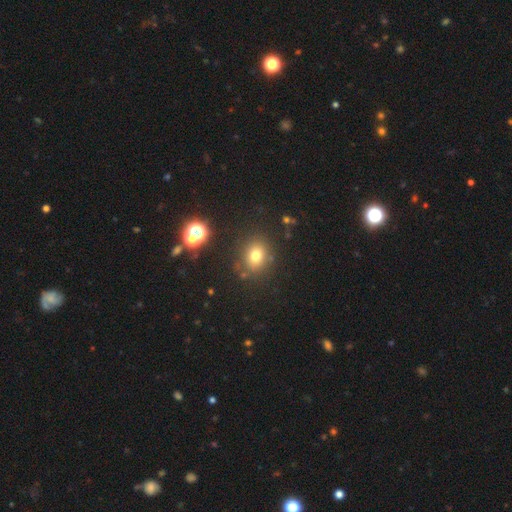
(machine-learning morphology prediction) The model was most divided on "how rounded": round: 66%, in between: 33%, cigar-shaped: 1%. More confident: merging — none (82%); smooth or featured — smooth (74%).